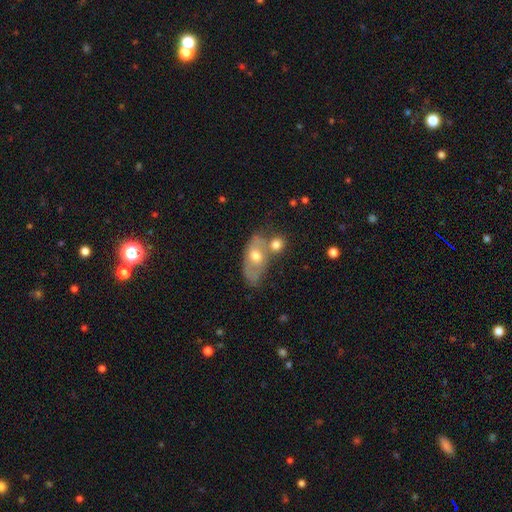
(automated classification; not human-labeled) This appears to be a featured or disk galaxy (48%). Merging: none (46%).